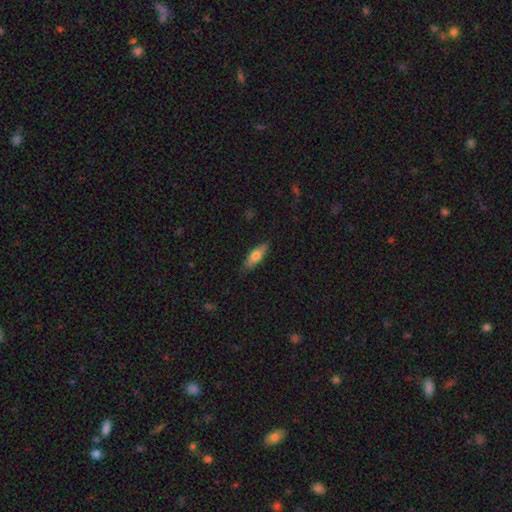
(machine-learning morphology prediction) Overall: smooth (68%). How rounded: in between (59%; cigar-shaped 39%). Merging: none (83%).